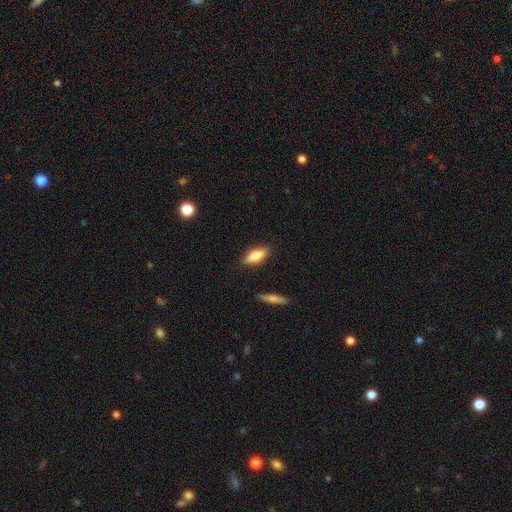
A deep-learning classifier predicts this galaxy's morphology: type=smooth (70%); roundness=in between (65%); merging=none (86%).